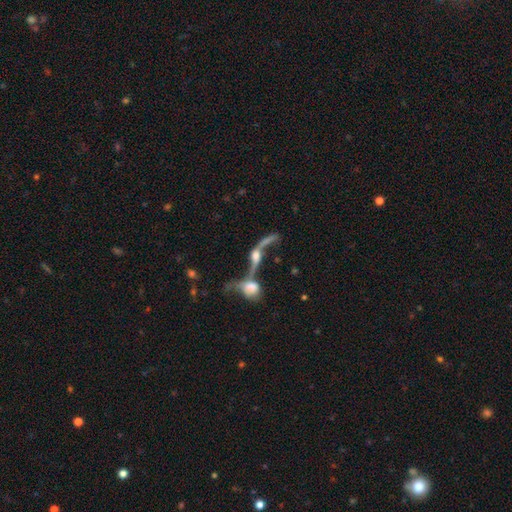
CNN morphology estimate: A featured or disk galaxy (77%) with no bar (61%), spiral arms (81%) and a moderate central bulge (49%). Merging: merger (54%).